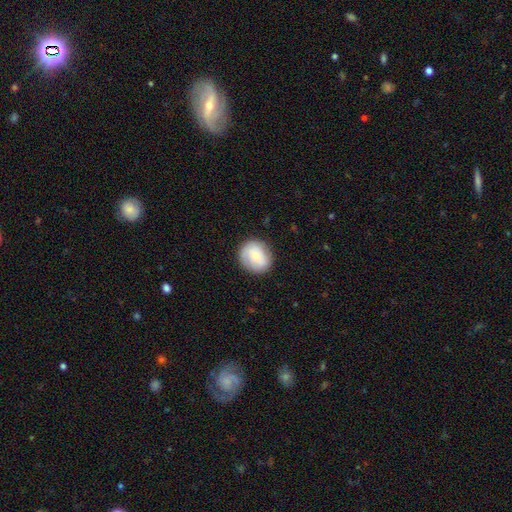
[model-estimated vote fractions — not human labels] This appears to be a smooth galaxy with no disk features (69%) that is round (76%). Merging: none (83%).